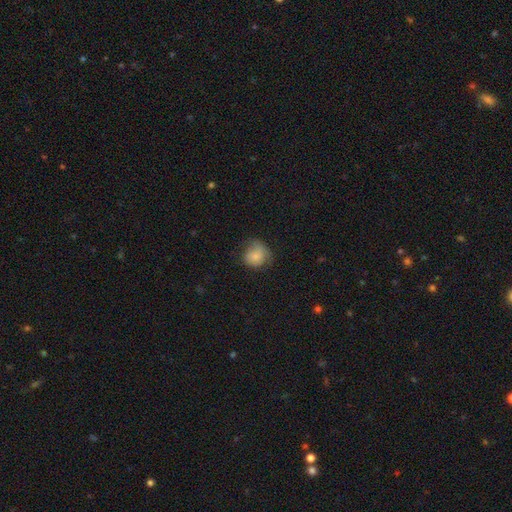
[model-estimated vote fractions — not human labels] Smooth or featured?
  - smooth: 80% *
  - featured or disk: 11%
  - star or artifact: 9%
How rounded?
  - round: 75% *
  - in between: 24%
  - cigar-shaped: 1%
Merging?
  - none: 55% *
  - minor disturbance: 31%
  - major disturbance: 13%
  - merger: 1%